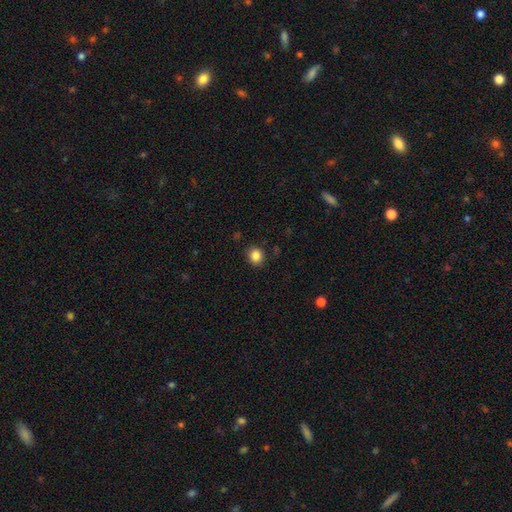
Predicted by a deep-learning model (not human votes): smooth 86%, star or artifact 10%, featured or disk 4%. Down the decision tree: how rounded — round (77%); merging — none (88%).